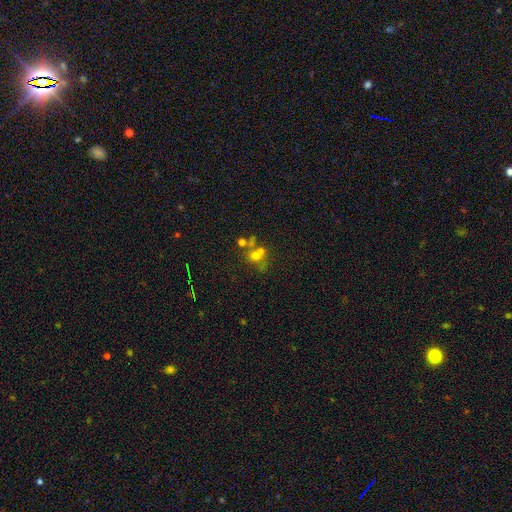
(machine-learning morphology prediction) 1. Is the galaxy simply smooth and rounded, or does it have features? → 52% smooth, 24% featured or disk, 24% star or artifact.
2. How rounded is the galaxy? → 79% round, 20% in between, 1% cigar-shaped.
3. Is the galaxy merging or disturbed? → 43% merger, 40% none, 9% minor disturbance, 7% major disturbance.